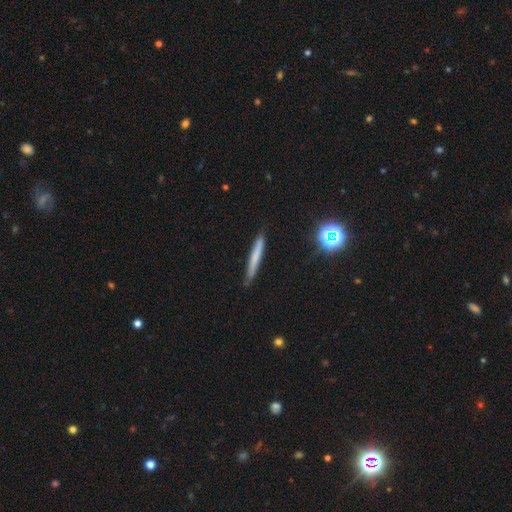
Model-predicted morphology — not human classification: A smooth galaxy with no disk features (63%) that is cigar-shaped (96%).

Vote fractions:
- Smooth or featured? smooth: 63% / featured or disk: 28% / star or artifact: 10%
- How rounded? cigar-shaped: 96% / in between: 3% / round: 2%
- Merging? none: 86% / minor disturbance: 11% / major disturbance: 2% / merger: 2%